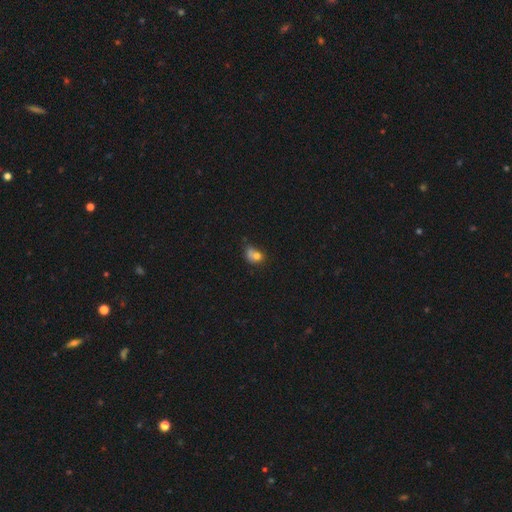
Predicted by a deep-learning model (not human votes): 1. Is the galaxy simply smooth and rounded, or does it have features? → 71% smooth, 15% featured or disk, 14% star or artifact.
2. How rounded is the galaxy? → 51% round, 47% in between, 2% cigar-shaped.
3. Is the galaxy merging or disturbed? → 31% none, 29% merger, 23% minor disturbance, 18% major disturbance.